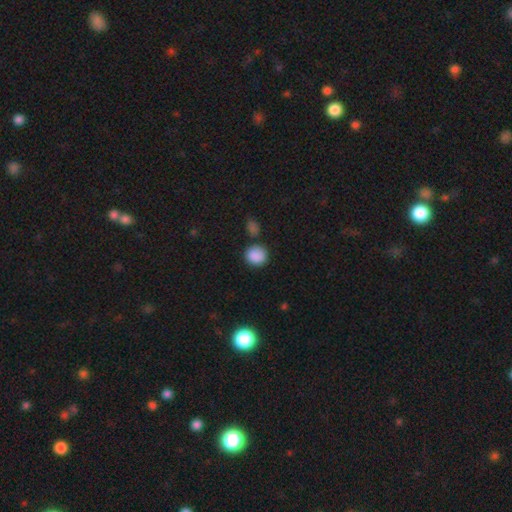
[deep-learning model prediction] This is clearly a smooth galaxy (86%). How rounded: clearly round (81%). Merging: likely none (75%).